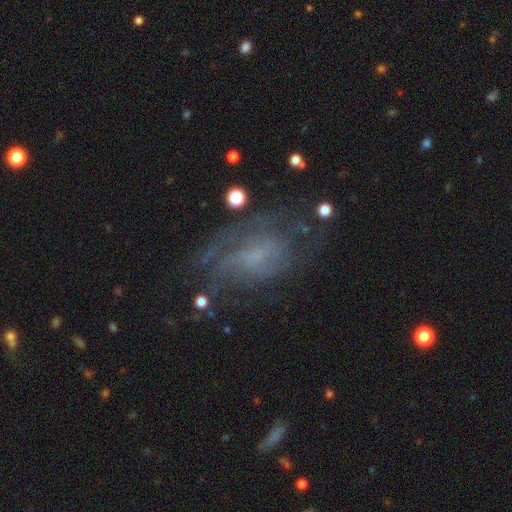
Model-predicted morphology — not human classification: smooth-or-featured: featured or disk: 65% | smooth: 21% | star or artifact: 14%
  disk-edge-on: no: 95% | yes: 5%
    bar: no: 59% | weak: 33% | strong: 7%
    has-spiral-arms: yes: 73% | no: 27%
    bulge-size: none: 44% | small: 33% | moderate: 17% | large: 4% | dominant: 1%
  merging: none: 51% | major disturbance: 24% | minor disturbance: 21% | merger: 3%